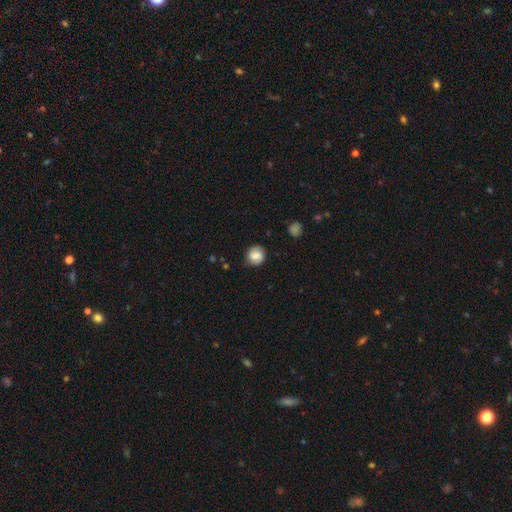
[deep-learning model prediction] The model was most divided on "smooth or featured": smooth: 67%, featured or disk: 24%, star or artifact: 9%. More confident: how rounded — round (83%); merging — none (78%).